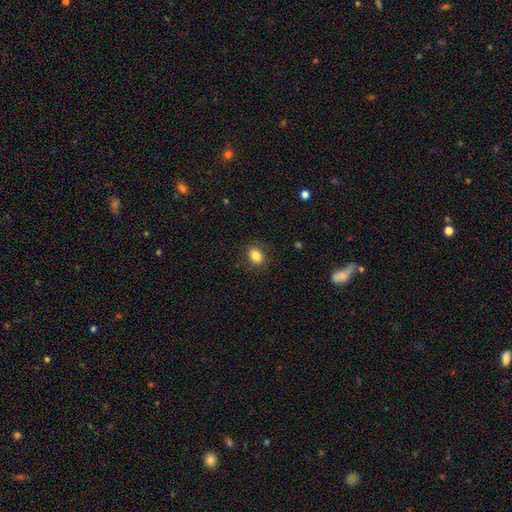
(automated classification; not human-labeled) A smooth galaxy with no disk features (84%) that is in between round and cigar-shaped (58%).

Vote fractions:
- Smooth or featured? smooth: 84% / star or artifact: 10% / featured or disk: 7%
- How rounded? in between: 58% / round: 41% / cigar-shaped: 1%
- Merging? none: 86% / minor disturbance: 10% / major disturbance: 3% / merger: 1%